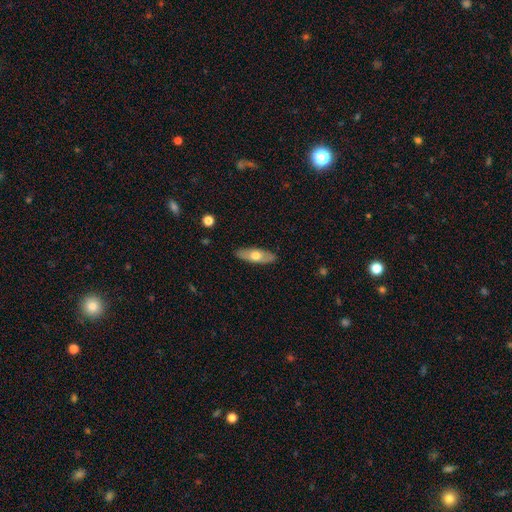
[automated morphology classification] Q: Smooth or featured?
A: smooth (58%); runner-up: featured or disk (36%)
Q: How rounded?
A: in between (65%); runner-up: cigar-shaped (32%)
Q: Merging?
A: none (88%); runner-up: minor disturbance (9%)